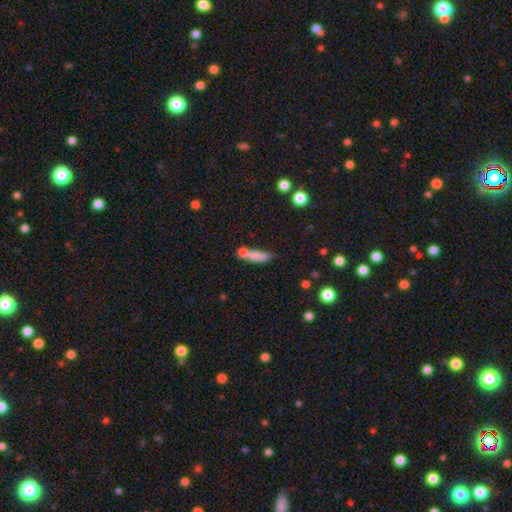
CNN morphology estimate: smooth 76%, featured or disk 15%, star or artifact 9%. Down the decision tree: how rounded — cigar-shaped (74%); merging — none (49%).